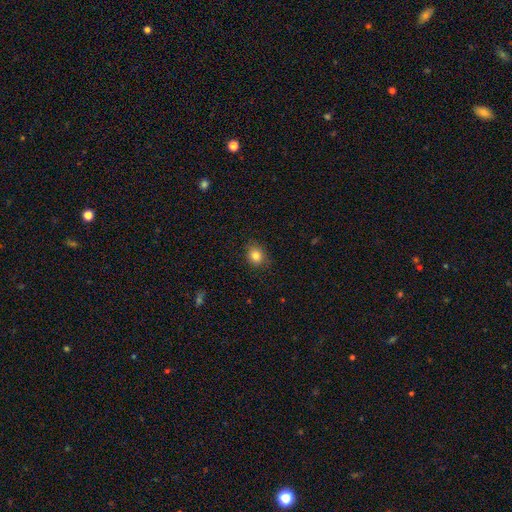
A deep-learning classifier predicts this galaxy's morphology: Overall: smooth (83%). How rounded: round (65%; in between 34%). Merging: none (83%).